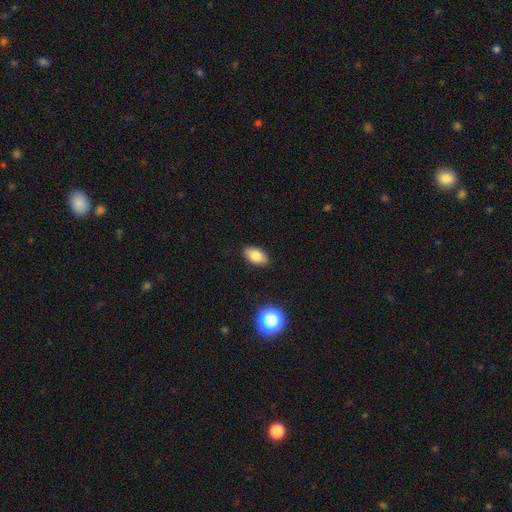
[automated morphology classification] A smooth galaxy with no disk features (82%) that is in between round and cigar-shaped (92%).

Vote fractions:
- Smooth or featured? smooth: 82% / star or artifact: 10% / featured or disk: 8%
- How rounded? in between: 92% / round: 6% / cigar-shaped: 2%
- Merging? none: 88% / minor disturbance: 9% / major disturbance: 2% / merger: 1%